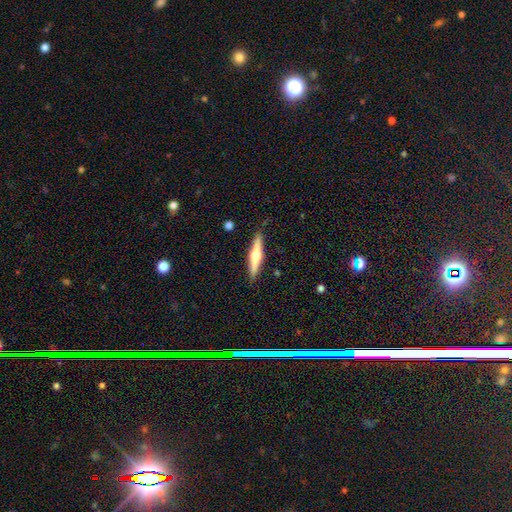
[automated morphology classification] Smooth or featured?
  - featured or disk: 61% *
  - smooth: 33%
  - star or artifact: 5%
Edge-on disk?
  - yes: 96% *
  - no: 4%
Edge-on bulge?
  - rounded: 93% *
  - boxy: 4%
  - none: 3%
Merging?
  - none: 89% *
  - minor disturbance: 8%
  - major disturbance: 2%
  - merger: 1%